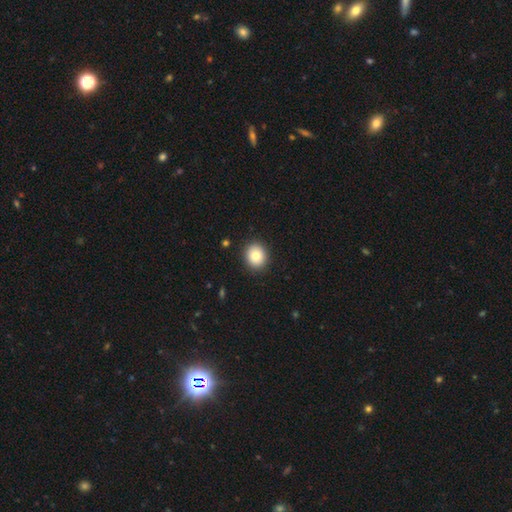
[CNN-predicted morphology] A smooth galaxy with no disk features (82%) that is round (75%). Merging: none (90%).